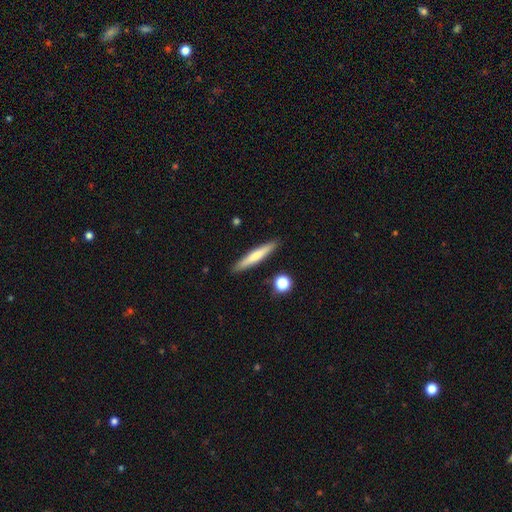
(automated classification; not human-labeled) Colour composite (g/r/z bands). It shows a smooth galaxy with no disk features (65%) that is cigar-shaped (92%). Merging: none (89%).